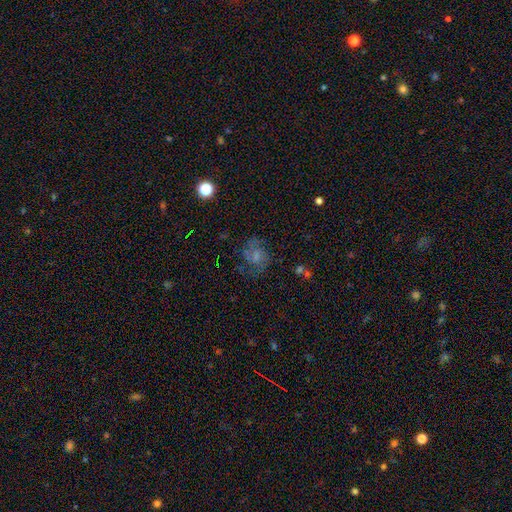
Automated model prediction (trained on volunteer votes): Smooth or featured?
  - featured or disk: 46% *
  - smooth: 39%
  - star or artifact: 15%
Merging?
  - none: 55% *
  - minor disturbance: 21%
  - major disturbance: 20%
  - merger: 3%